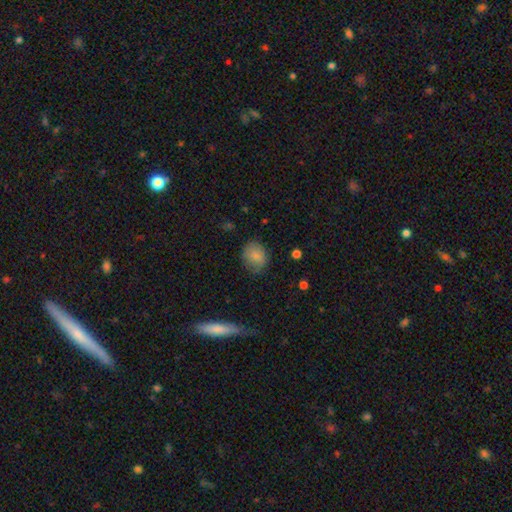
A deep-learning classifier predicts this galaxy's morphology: This is clearly a smooth galaxy (83%). How rounded: possibly round (54%). Merging: likely none (71%).